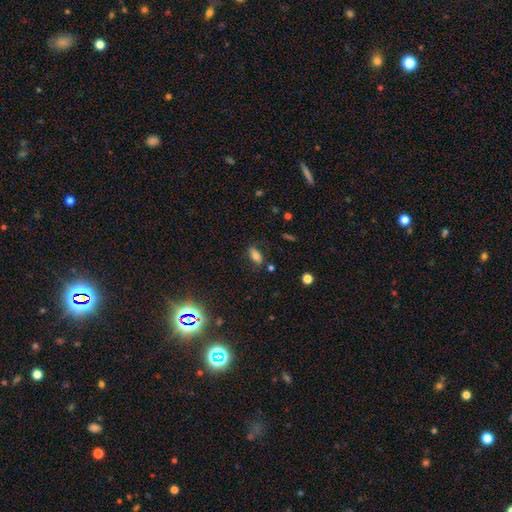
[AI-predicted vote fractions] Smooth or featured? smooth (72%)
How rounded? in between (84%)
Merging? none (76%)